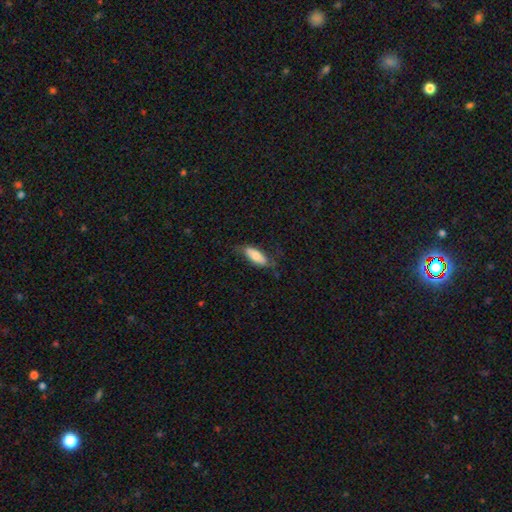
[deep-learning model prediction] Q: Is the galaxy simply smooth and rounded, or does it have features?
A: smooth — 72%.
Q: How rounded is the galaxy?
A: in between — 74%.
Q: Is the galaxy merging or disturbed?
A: none — 62%.